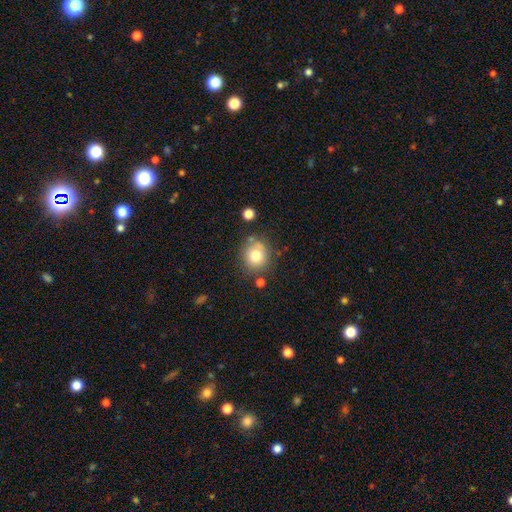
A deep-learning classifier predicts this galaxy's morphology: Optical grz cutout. It shows a smooth galaxy with no disk features (77%) that is round (84%). Merging: none (71%).